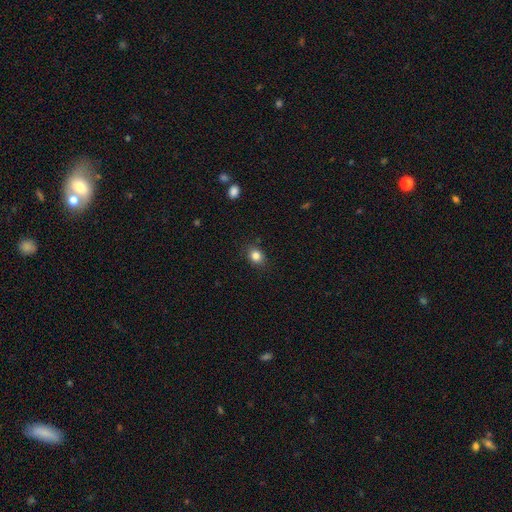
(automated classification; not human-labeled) This is clearly a smooth galaxy (84%). How rounded: possibly round (56%). Merging: clearly none (87%).